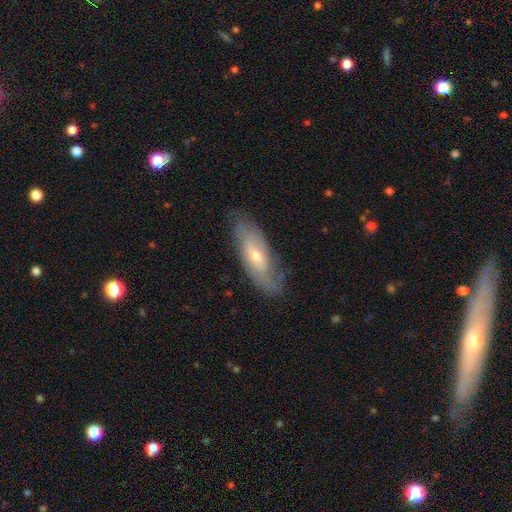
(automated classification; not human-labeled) The model was most divided on "smooth or featured": featured or disk: 61%, smooth: 32%, star or artifact: 7%. More confident: merging — none (75%); edge-on disk — no (74%).